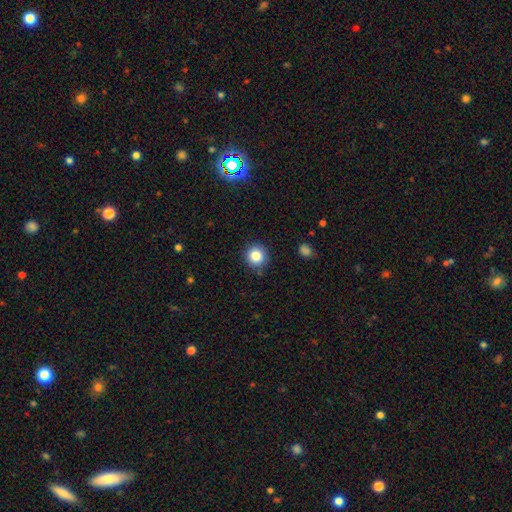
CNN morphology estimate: This is clearly a smooth galaxy (85%). How rounded: clearly round (93%). Merging: clearly none (88%).